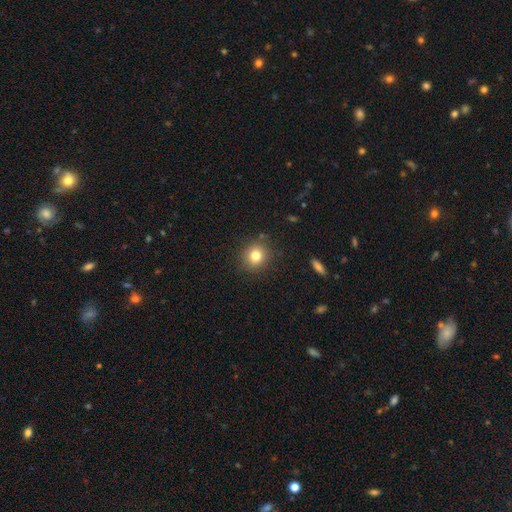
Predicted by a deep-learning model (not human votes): smooth 80%, star or artifact 12%, featured or disk 8%. Down the decision tree: how rounded — round (84%); merging — none (87%).